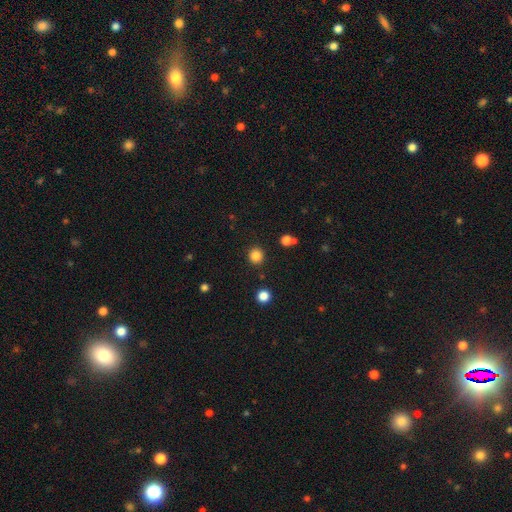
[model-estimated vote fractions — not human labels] Smooth or featured? Predicted: smooth (p=0.84). How rounded? Predicted: round (p=0.93). Merging? Predicted: none (p=0.89).